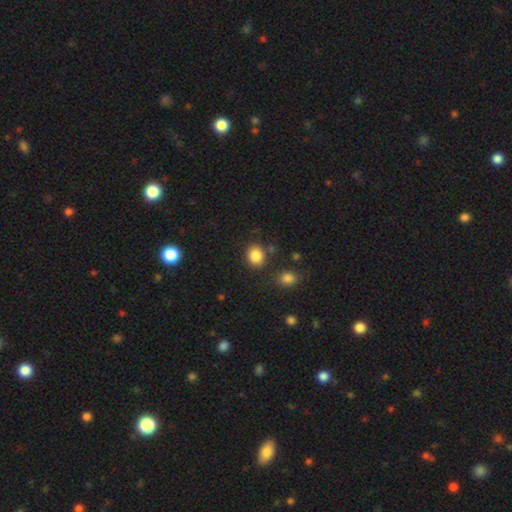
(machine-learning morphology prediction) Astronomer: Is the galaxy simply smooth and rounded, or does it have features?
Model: smooth — 86%.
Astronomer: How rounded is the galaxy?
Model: round — 70%.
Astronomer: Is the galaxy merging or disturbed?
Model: none — 81%.